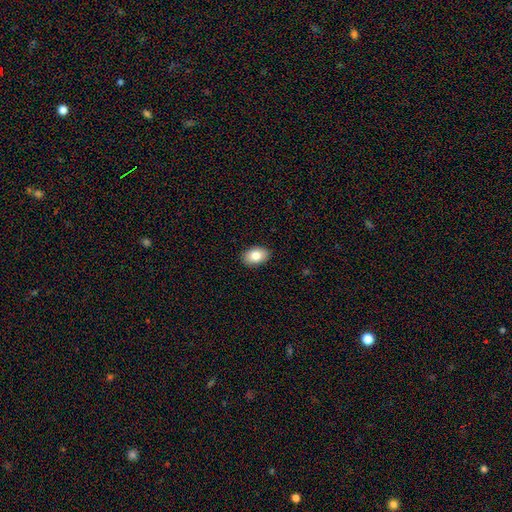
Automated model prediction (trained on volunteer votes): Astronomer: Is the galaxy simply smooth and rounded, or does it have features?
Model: smooth — 82%.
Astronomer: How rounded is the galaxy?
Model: in between — 88%.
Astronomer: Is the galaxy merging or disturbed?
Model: none — 90%.